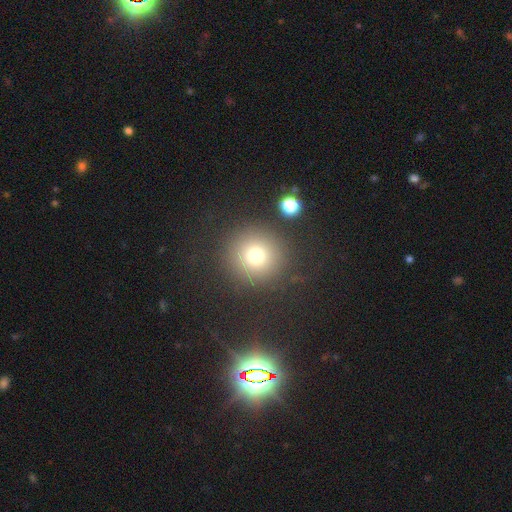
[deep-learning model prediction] Smooth or featured: smooth — 73% (star or artifact — 17%)
How rounded: round — 94% (in between — 5%)
Merging: none — 85% (minor disturbance — 7%)